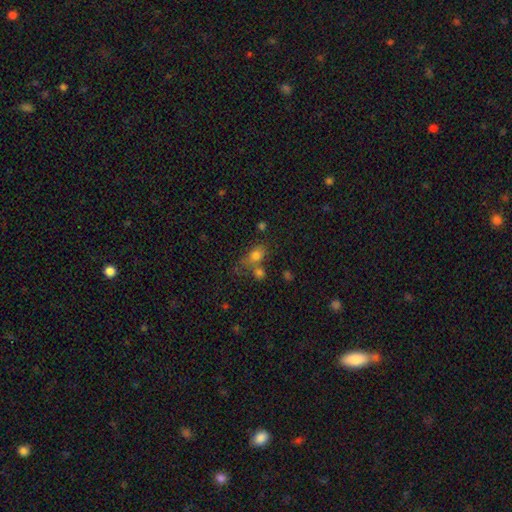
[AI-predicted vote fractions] This is likely a smooth galaxy (76%). How rounded: likely in between (68%). Merging: marginally none (42%).